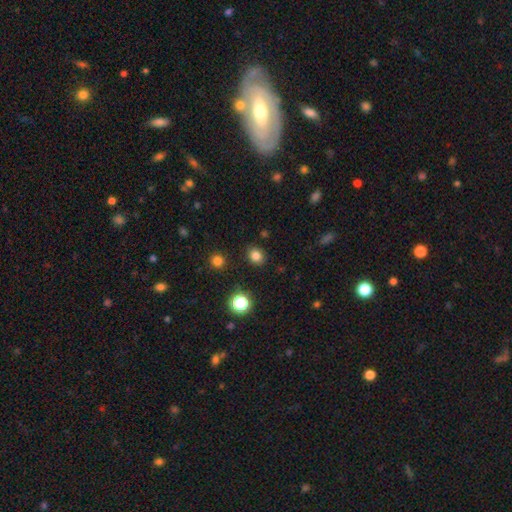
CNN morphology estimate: Smooth or featured? smooth (81%)
How rounded? round (69%)
Merging? none (87%)